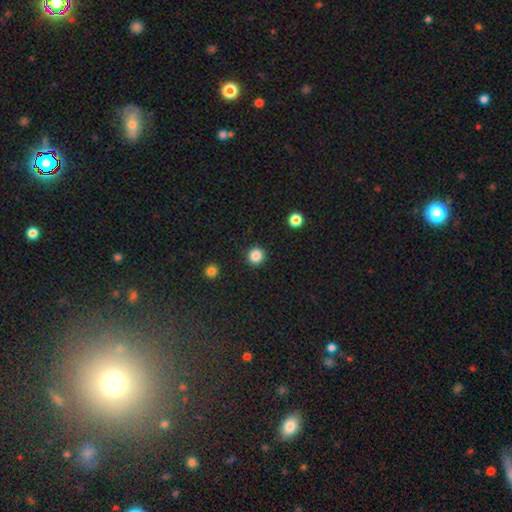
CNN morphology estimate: Overall: smooth (86%). How rounded: round (93%). Merging: none (92%).